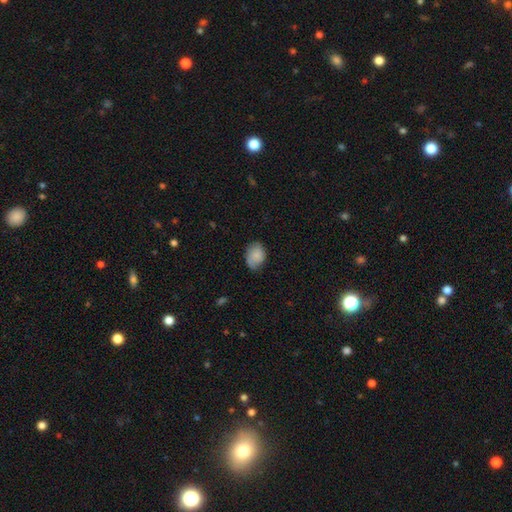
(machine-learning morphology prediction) Q: Smooth or featured?
A: smooth (76%); runner-up: featured or disk (16%)
Q: How rounded?
A: in between (70%); runner-up: round (29%)
Q: Merging?
A: none (68%); runner-up: minor disturbance (25%)